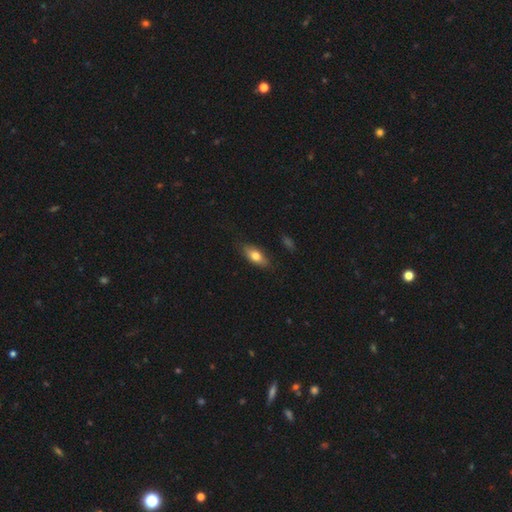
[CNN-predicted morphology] Smooth or featured?
  - smooth: 73% *
  - featured or disk: 20%
  - star or artifact: 7%
How rounded?
  - in between: 81% *
  - cigar-shaped: 15%
  - round: 4%
Merging?
  - none: 82% *
  - minor disturbance: 14%
  - major disturbance: 3%
  - merger: 1%